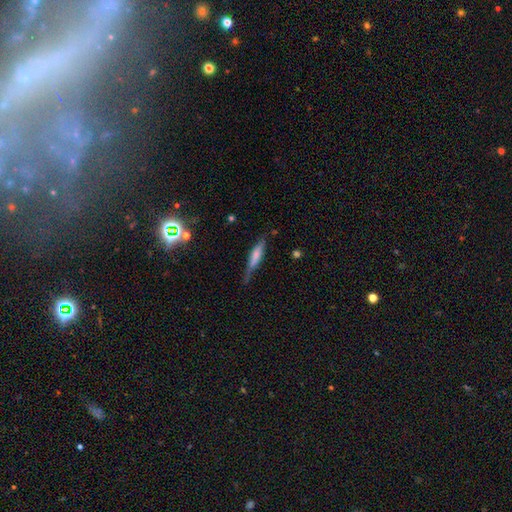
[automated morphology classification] type=smooth (50%); merging=none (64%).